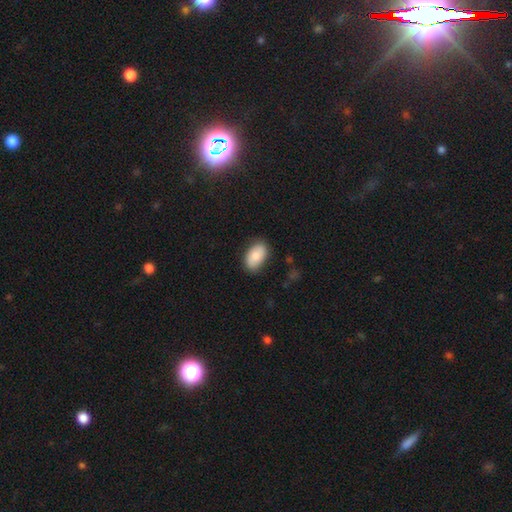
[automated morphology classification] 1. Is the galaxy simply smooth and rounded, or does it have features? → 83% smooth, 11% featured or disk, 6% star or artifact.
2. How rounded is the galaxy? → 93% in between, 6% round, 1% cigar-shaped.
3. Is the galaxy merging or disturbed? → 80% none, 15% minor disturbance, 3% major disturbance, 1% merger.